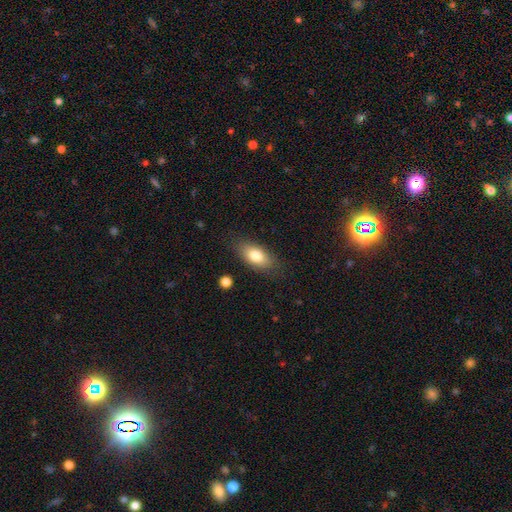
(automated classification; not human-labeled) This appears to be a smooth galaxy with no disk features (79%) that is in between round and cigar-shaped (88%). Merging: none (82%).